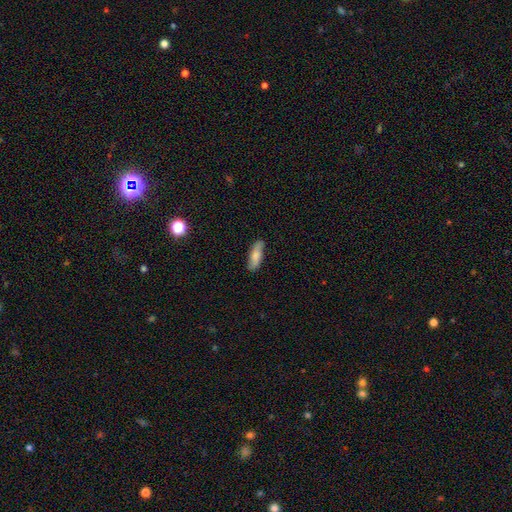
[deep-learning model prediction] Smooth or featured?
  - smooth: 74% *
  - featured or disk: 20%
  - star or artifact: 6%
How rounded?
  - in between: 54% *
  - cigar-shaped: 44%
  - round: 2%
Merging?
  - none: 81% *
  - minor disturbance: 15%
  - major disturbance: 3%
  - merger: 1%